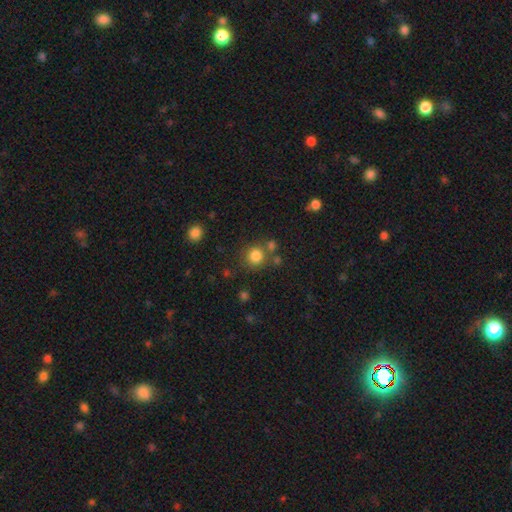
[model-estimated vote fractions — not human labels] A smooth galaxy with no disk features (82%) that is round (90%).

Vote fractions:
- Smooth or featured? smooth: 82% / star or artifact: 12% / featured or disk: 6%
- How rounded? round: 90% / in between: 9% / cigar-shaped: 1%
- Merging? none: 74% / merger: 12% / minor disturbance: 9% / major disturbance: 4%